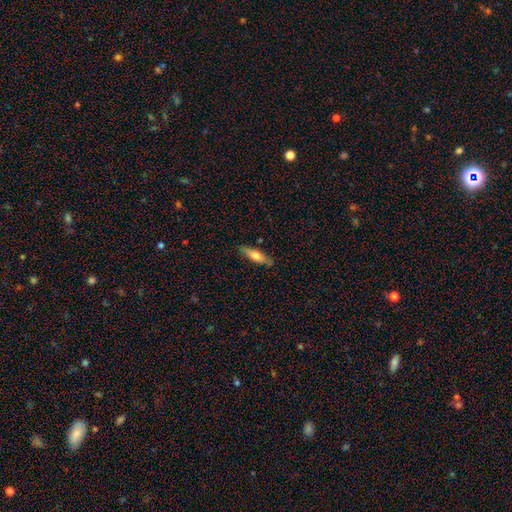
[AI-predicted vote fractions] smooth 60%, featured or disk 34%, star or artifact 6%. Down the decision tree: how rounded — cigar-shaped (68%); merging — none (86%).